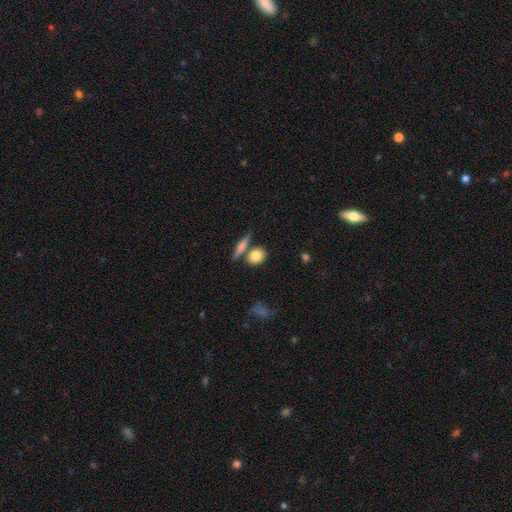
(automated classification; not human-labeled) Smooth or featured?
  - smooth: 79% *
  - featured or disk: 14%
  - star or artifact: 7%
How rounded?
  - round: 51% *
  - in between: 42%
  - cigar-shaped: 7%
Merging?
  - none: 65% *
  - merger: 20%
  - minor disturbance: 12%
  - major disturbance: 4%